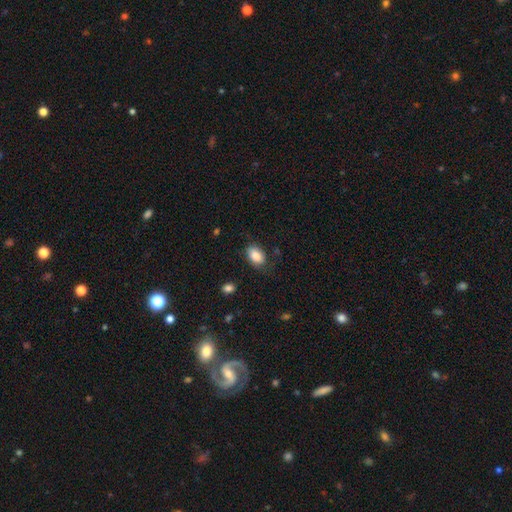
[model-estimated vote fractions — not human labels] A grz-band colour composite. It shows a smooth galaxy with no disk features (86%) that is in between round and cigar-shaped (89%). Merging: none (71%).